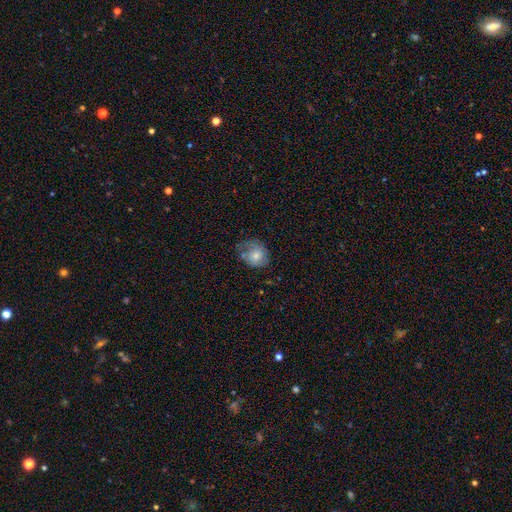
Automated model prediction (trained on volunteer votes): smooth-or-featured: smooth: 63% | featured or disk: 29% | star or artifact: 8%
  how-rounded: round: 62% | in between: 37% | cigar-shaped: 1%
  merging: none: 43% | minor disturbance: 34% | major disturbance: 19% | merger: 5%